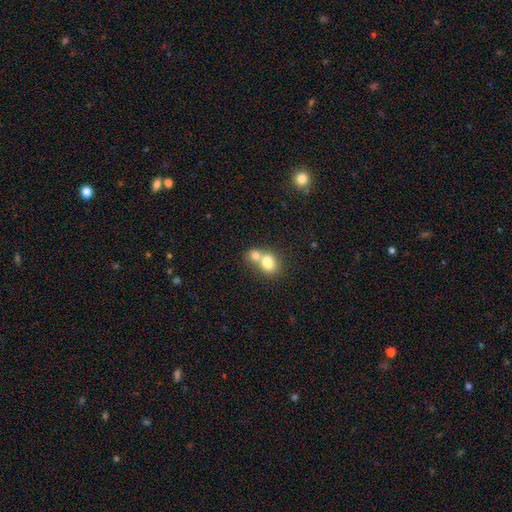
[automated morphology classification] This is likely a smooth galaxy (76%). How rounded: possibly round (54%). Merging: likely merger (68%).